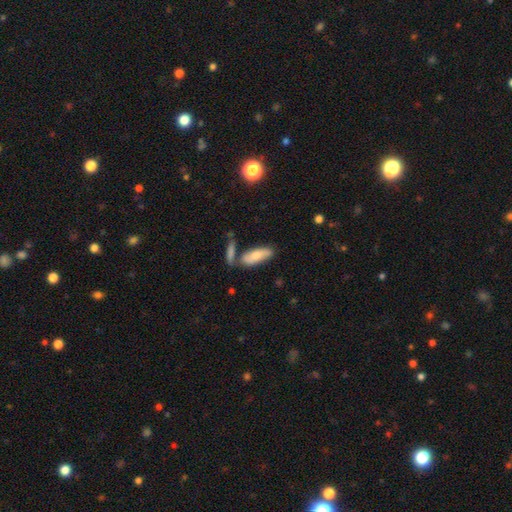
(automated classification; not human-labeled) Smooth or featured? smooth (68%)
How rounded? in between (69%)
Merging? none (59%)